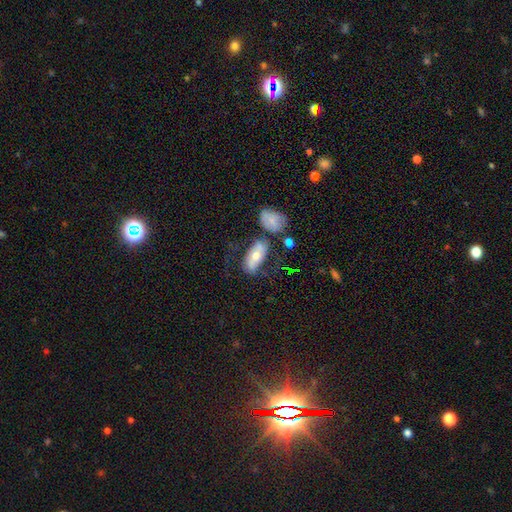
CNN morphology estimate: The model was most divided on "smooth or featured": smooth: 55%, featured or disk: 37%, star or artifact: 8%. More confident: how rounded — in between (83%); merging — none (51%).